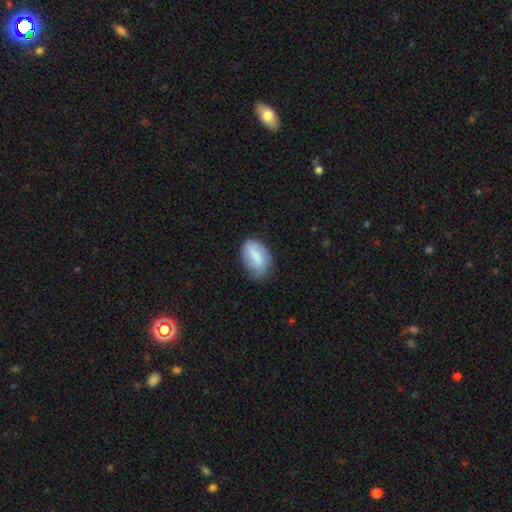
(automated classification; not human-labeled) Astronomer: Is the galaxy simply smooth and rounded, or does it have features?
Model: smooth — 71%.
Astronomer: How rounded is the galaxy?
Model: in between — 90%.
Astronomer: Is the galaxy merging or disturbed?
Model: none — 61%.